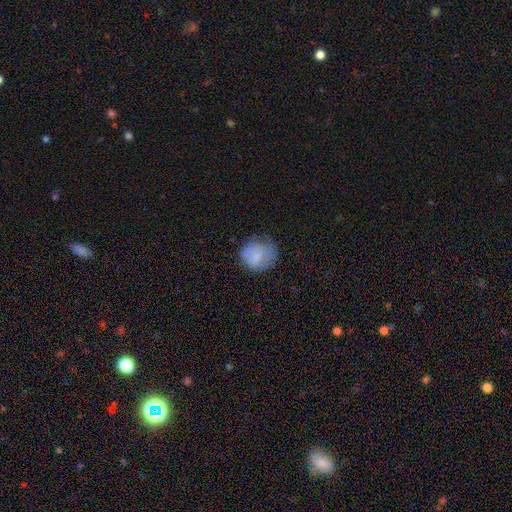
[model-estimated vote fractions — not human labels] Smooth or featured: smooth — 70% (featured or disk — 22%)
How rounded: round — 69% (in between — 30%)
Merging: none — 50% (minor disturbance — 32%)